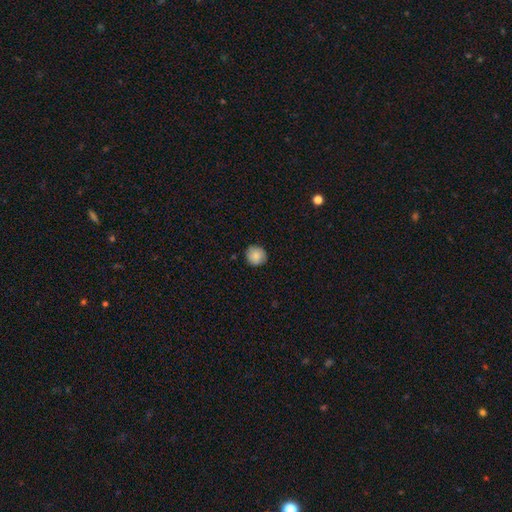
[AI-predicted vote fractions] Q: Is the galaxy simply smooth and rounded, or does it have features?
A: smooth — 86%.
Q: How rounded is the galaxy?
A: round — 92%.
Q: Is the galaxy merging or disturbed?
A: none — 87%.